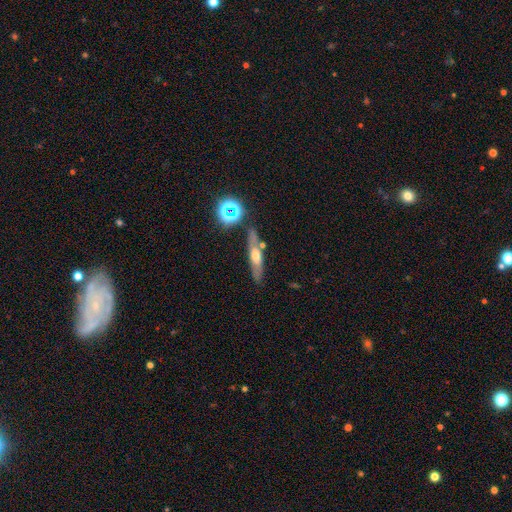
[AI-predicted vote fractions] Overall: featured or disk (45%; smooth 41%). Merging: none (74%).